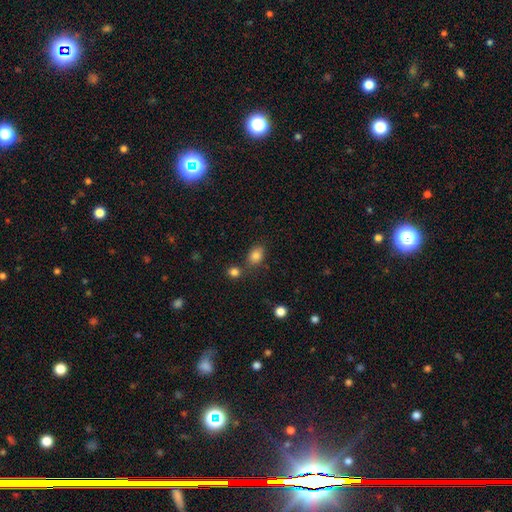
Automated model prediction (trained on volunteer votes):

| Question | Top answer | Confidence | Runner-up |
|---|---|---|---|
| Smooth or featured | smooth | 84% | star or artifact (10%) |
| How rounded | in between | 72% | round (26%) |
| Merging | none | 69% | minor disturbance (14%) |